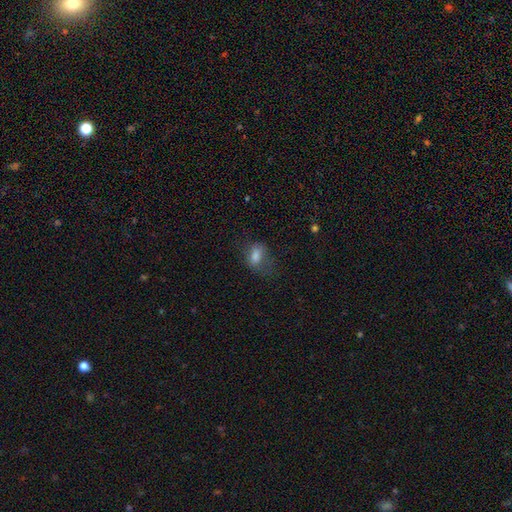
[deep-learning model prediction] Overall: smooth (71%). How rounded: in between (79%). Merging: none (53%; minor disturbance 25%).